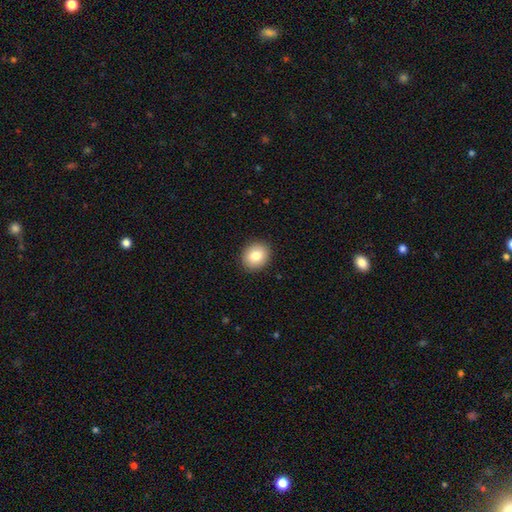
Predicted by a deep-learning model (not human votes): Q: Smooth or featured?
A: smooth (83%); runner-up: star or artifact (9%)
Q: How rounded?
A: round (68%); runner-up: in between (31%)
Q: Merging?
A: none (91%); runner-up: minor disturbance (7%)